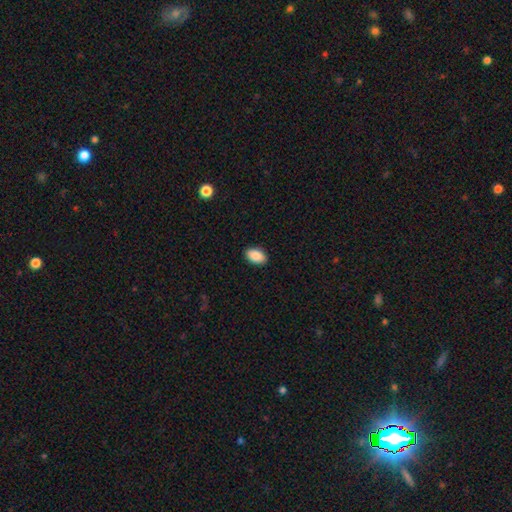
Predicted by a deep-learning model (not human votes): Smooth or featured? smooth (88%)
How rounded? in between (92%)
Merging? none (90%)